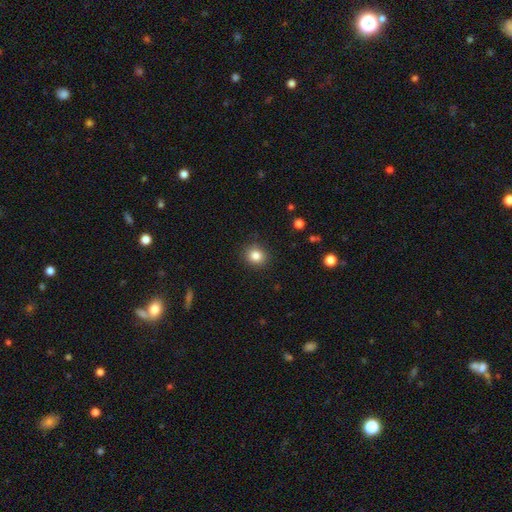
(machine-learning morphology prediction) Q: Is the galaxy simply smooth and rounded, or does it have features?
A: smooth — 84%.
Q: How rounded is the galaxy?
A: round — 77%.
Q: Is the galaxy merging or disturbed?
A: none — 89%.